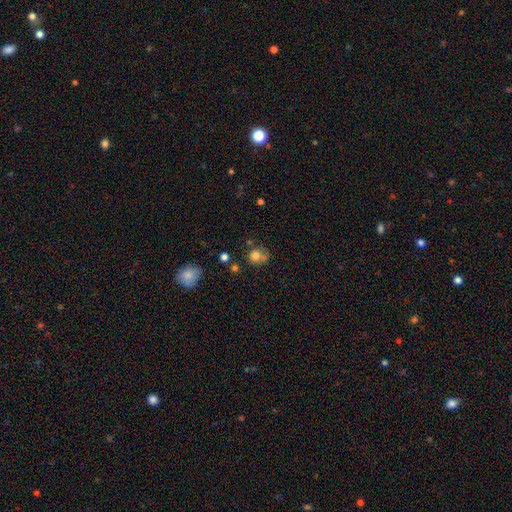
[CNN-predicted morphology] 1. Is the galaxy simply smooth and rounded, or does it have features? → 77% smooth, 13% star or artifact, 10% featured or disk.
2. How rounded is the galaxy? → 79% round, 20% in between, 1% cigar-shaped.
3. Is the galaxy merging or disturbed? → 54% none, 20% merger, 18% minor disturbance, 7% major disturbance.